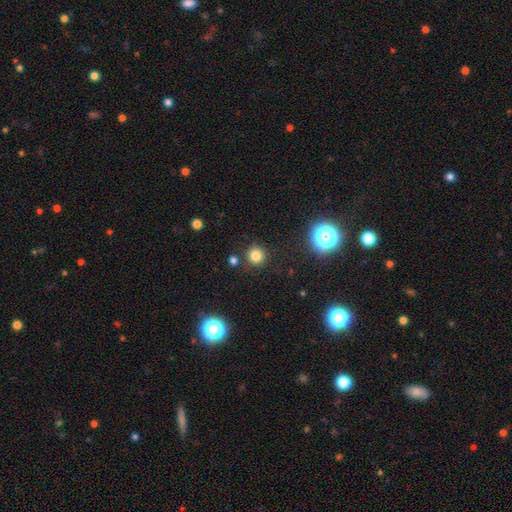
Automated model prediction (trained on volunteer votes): Morphology: type=smooth (79%); roundness=round (93%); merging=none (87%).